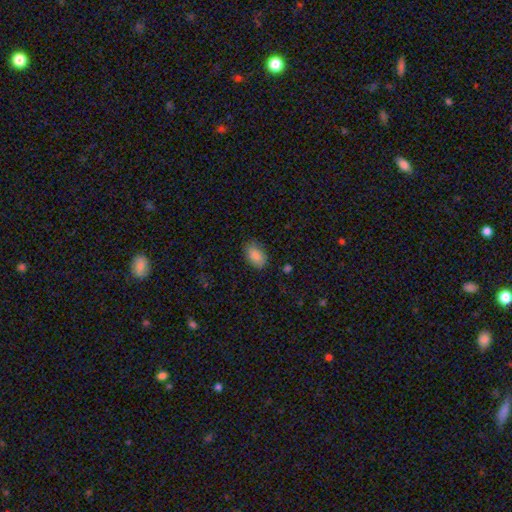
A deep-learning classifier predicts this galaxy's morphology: The model was most divided on "merging": none: 84%, minor disturbance: 12%, major disturbance: 3%, merger: 1%. More confident: how rounded — in between (91%); smooth or featured — smooth (87%).